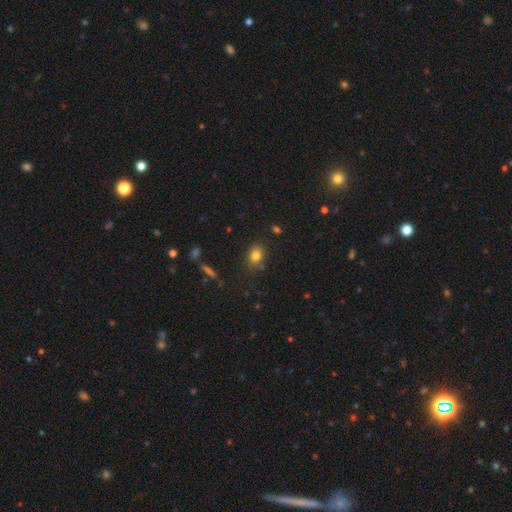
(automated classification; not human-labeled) smooth 80%, star or artifact 12%, featured or disk 8%. Down the decision tree: how rounded — in between (58%); merging — none (80%).